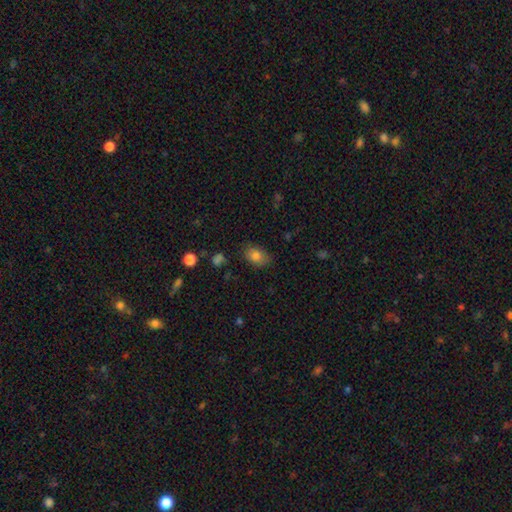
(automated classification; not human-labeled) smooth-or-featured: smooth: 81% | star or artifact: 9% | featured or disk: 9%
  how-rounded: in between: 80% | round: 19% | cigar-shaped: 1%
  merging: none: 77% | minor disturbance: 18% | major disturbance: 4% | merger: 2%